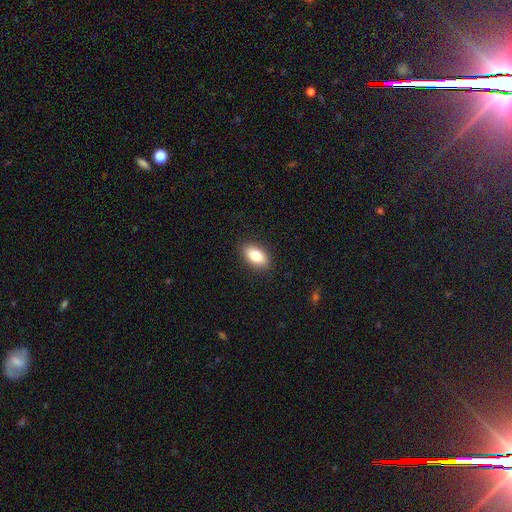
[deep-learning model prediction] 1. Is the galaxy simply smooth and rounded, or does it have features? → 82% smooth, 10% featured or disk, 7% star or artifact.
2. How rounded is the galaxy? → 91% in between, 5% round, 4% cigar-shaped.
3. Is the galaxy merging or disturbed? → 89% none, 8% minor disturbance, 2% major disturbance, 1% merger.